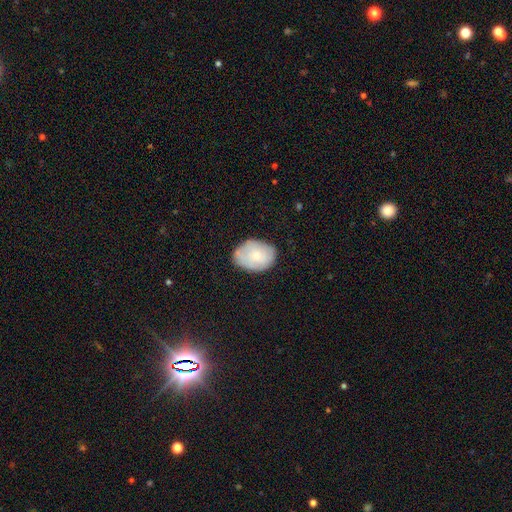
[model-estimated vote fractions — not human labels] Overall: smooth (67%). How rounded: in between (74%). Merging: none (71%).